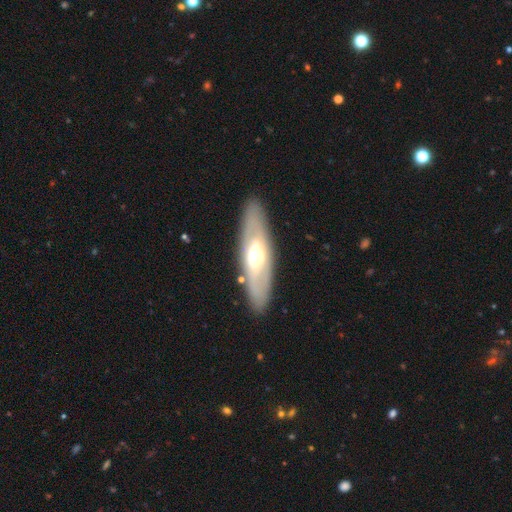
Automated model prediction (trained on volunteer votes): The model was most divided on "smooth or featured": featured or disk: 54%, smooth: 40%, star or artifact: 6%. More confident: merging — none (85%); edge-on disk — no (62%).